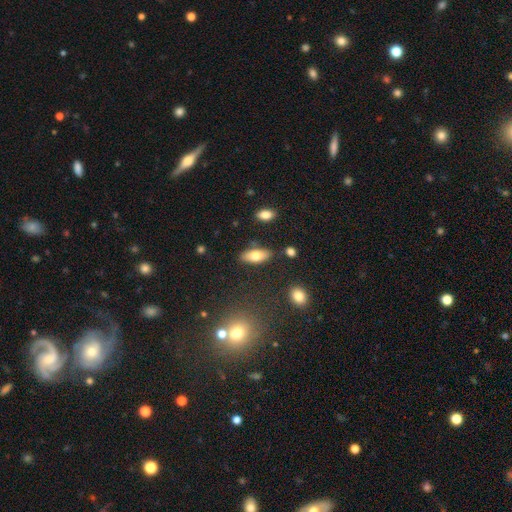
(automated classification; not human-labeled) A smooth galaxy with no disk features (73%) that is in between round and cigar-shaped (83%).

Vote fractions:
- Smooth or featured? smooth: 73% / featured or disk: 20% / star or artifact: 7%
- How rounded? in between: 83% / cigar-shaped: 14% / round: 3%
- Merging? none: 81% / minor disturbance: 12% / merger: 4% / major disturbance: 3%